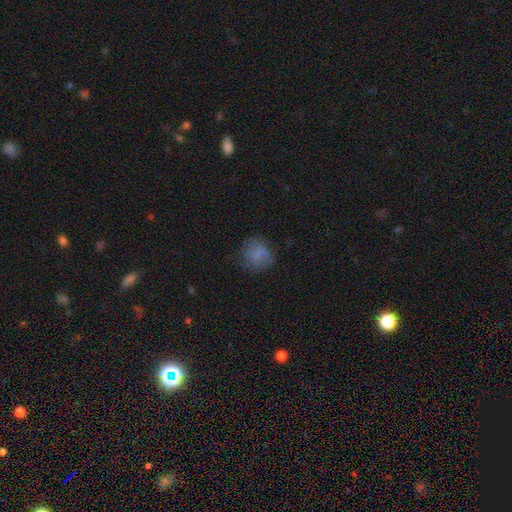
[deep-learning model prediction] smooth 70%, featured or disk 16%, star or artifact 14%. Down the decision tree: how rounded — round (78%); merging — none (70%).